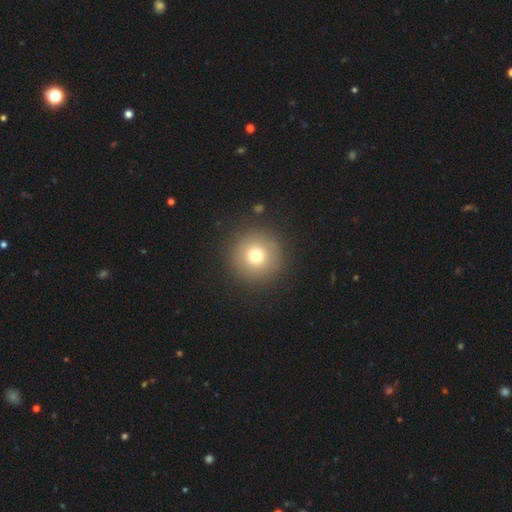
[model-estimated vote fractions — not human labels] Morphology: type=smooth (75%); roundness=round (96%); merging=none (90%).